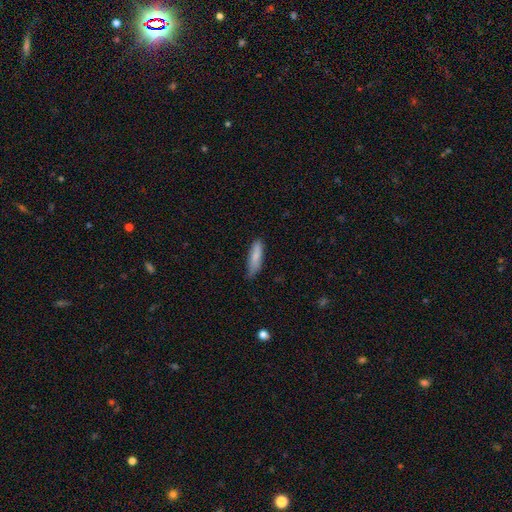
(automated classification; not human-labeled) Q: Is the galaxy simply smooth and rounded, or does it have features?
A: smooth — 81%.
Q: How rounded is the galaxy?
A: cigar-shaped — 57%.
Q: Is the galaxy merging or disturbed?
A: none — 63%.